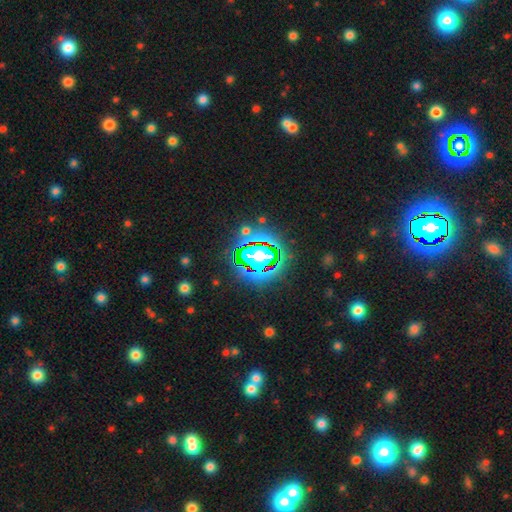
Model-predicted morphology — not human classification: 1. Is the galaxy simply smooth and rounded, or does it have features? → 78% star or artifact, 13% smooth, 9% featured or disk.